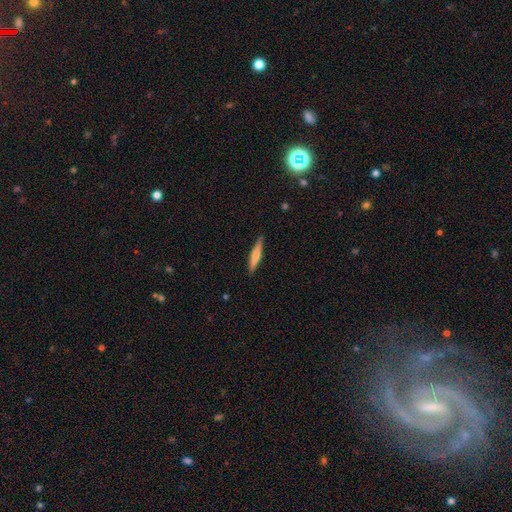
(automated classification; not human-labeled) Smooth or featured? smooth (62%)
How rounded? cigar-shaped (93%)
Merging? none (90%)